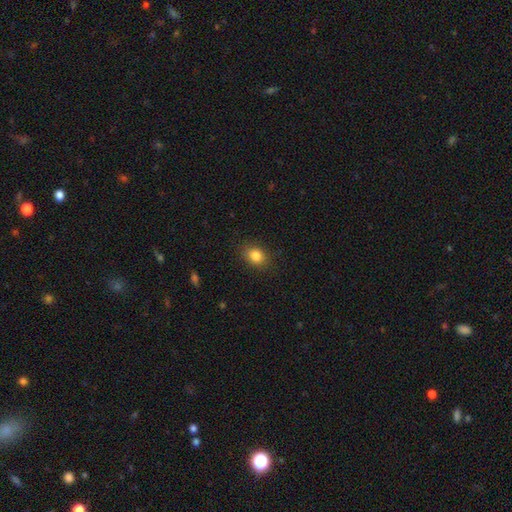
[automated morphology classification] Overall: smooth (84%). How rounded: in between (58%; round 41%). Merging: none (86%).